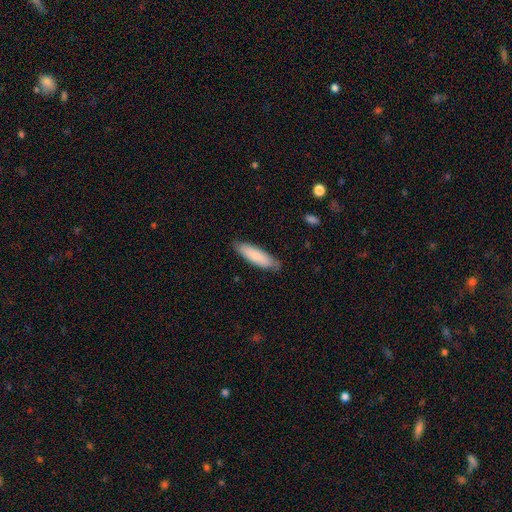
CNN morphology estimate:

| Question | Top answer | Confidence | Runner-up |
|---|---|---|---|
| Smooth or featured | smooth | 81% | featured or disk (14%) |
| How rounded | cigar-shaped | 62% | in between (36%) |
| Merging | none | 81% | minor disturbance (15%) |